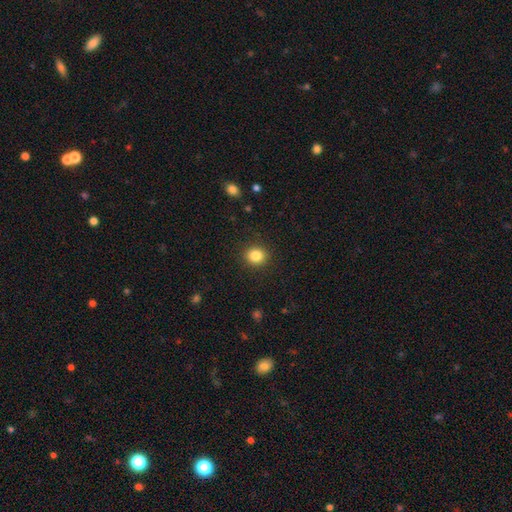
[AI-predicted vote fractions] A smooth galaxy with no disk features (84%) that is round (81%).

Vote fractions:
- Smooth or featured? smooth: 84% / star or artifact: 10% / featured or disk: 5%
- How rounded? round: 81% / in between: 18% / cigar-shaped: 1%
- Merging? none: 91% / minor disturbance: 6% / major disturbance: 2% / merger: 1%